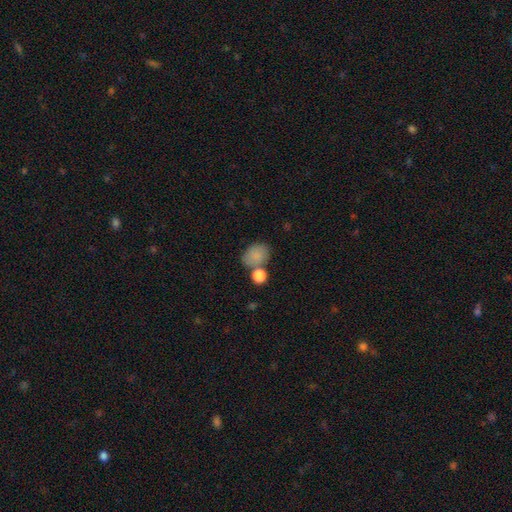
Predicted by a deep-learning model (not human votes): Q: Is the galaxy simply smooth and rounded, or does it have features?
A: smooth — 82%.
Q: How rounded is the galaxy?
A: in between — 65%.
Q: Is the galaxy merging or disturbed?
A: none — 56%.